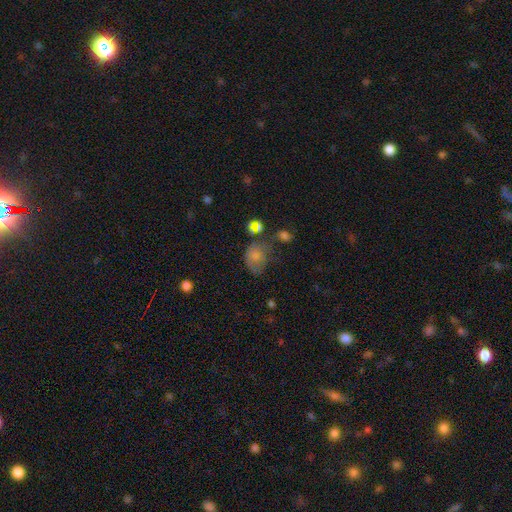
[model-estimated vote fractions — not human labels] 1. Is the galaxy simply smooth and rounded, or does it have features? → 62% smooth, 23% featured or disk, 14% star or artifact.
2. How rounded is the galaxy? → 54% in between, 45% round, 1% cigar-shaped.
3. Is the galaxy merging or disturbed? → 33% none, 28% major disturbance, 27% minor disturbance, 12% merger.